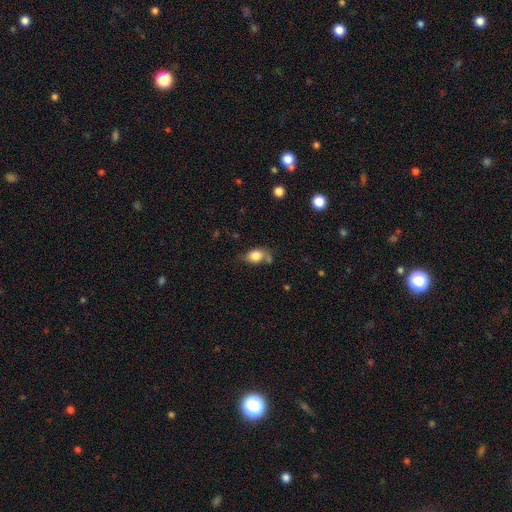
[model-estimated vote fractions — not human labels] A smooth galaxy with no disk features (79%) that is in between round and cigar-shaped (67%).

Vote fractions:
- Smooth or featured? smooth: 79% / featured or disk: 12% / star or artifact: 9%
- How rounded? in between: 67% / round: 31% / cigar-shaped: 2%
- Merging? none: 47% / minor disturbance: 28% / merger: 13% / major disturbance: 11%